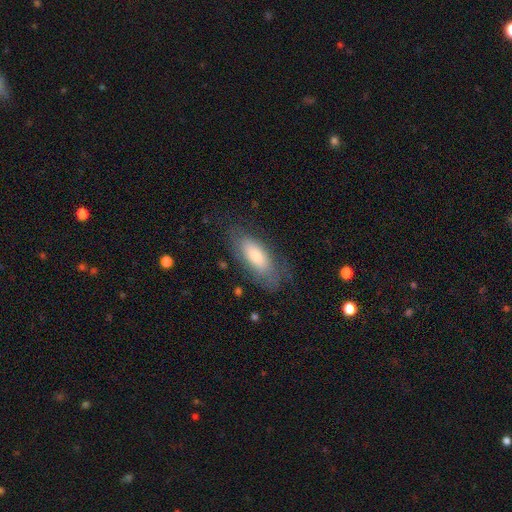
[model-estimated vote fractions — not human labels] Smooth or featured? smooth (64%)
How rounded? in between (77%)
Merging? none (69%)